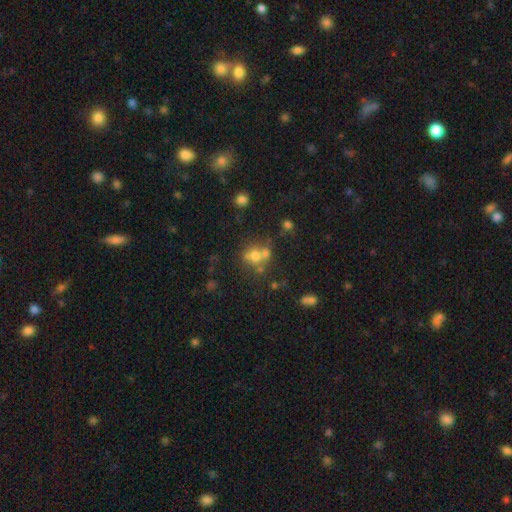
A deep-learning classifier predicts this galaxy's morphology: Overall: smooth (59%; star or artifact 22%). How rounded: round (75%). Merging: none (43%; merger 41%).